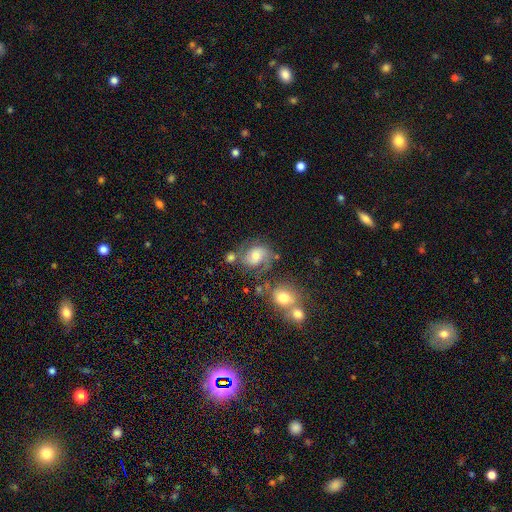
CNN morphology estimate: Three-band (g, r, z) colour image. It shows a featured or disk galaxy (52%) with no bar (58%), spiral arms (84%) and a moderate central bulge (59%). Merging: none (54%).